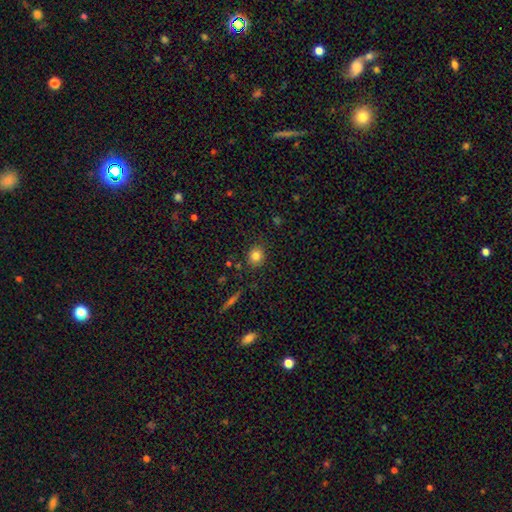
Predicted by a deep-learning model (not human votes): Overall: smooth (81%). How rounded: round (84%). Merging: none (86%).